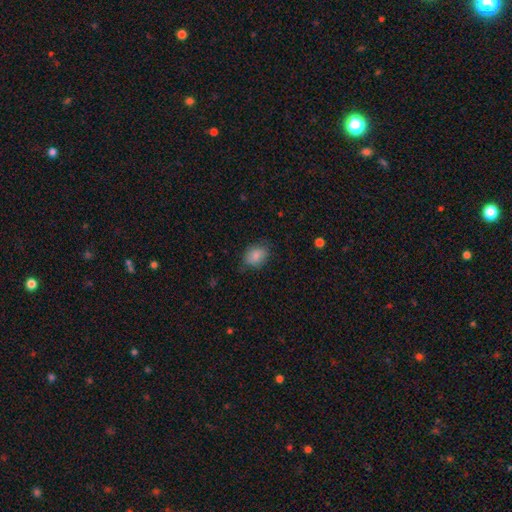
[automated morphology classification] Smooth or featured? Predicted: smooth (p=0.84). How rounded? Predicted: in between (p=0.62). Merging? Predicted: none (p=0.76).